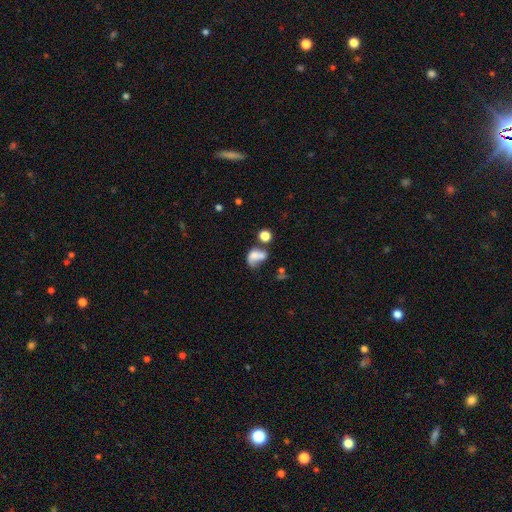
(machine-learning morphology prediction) This appears to be a smooth galaxy with no disk features (57%) that is in between round and cigar-shaped (68%). Merging: merger (43%).